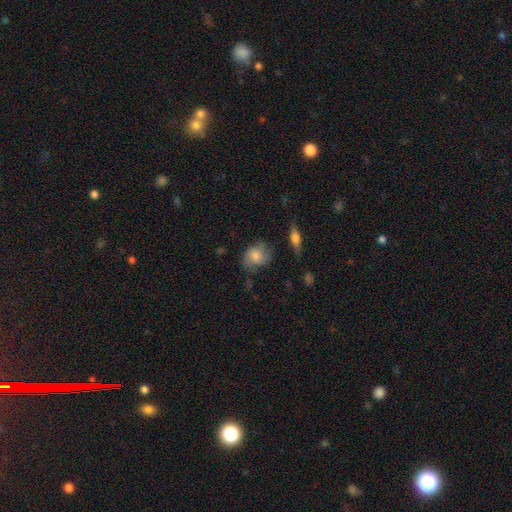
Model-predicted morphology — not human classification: Smooth or featured? Predicted: smooth (p=0.71). How rounded? Predicted: in between (p=0.49, tied with round). Merging? Predicted: none (p=0.58).